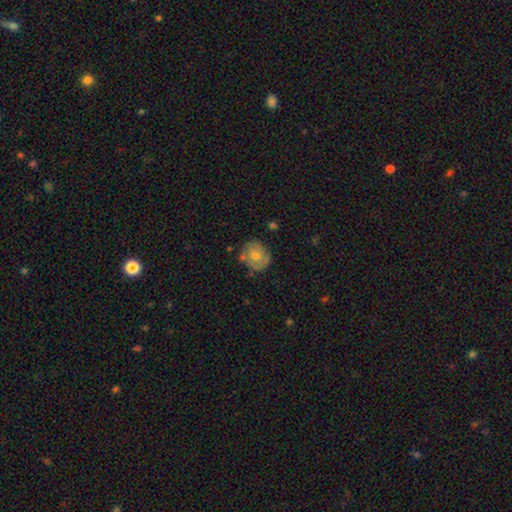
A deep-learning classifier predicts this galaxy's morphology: Q: Smooth or featured?
A: smooth (63%); runner-up: featured or disk (29%)
Q: How rounded?
A: round (76%); runner-up: in between (23%)
Q: Merging?
A: none (73%); runner-up: minor disturbance (18%)